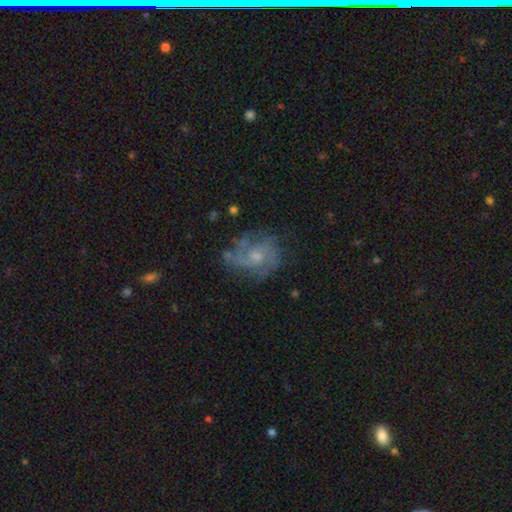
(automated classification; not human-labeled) This appears to be a featured or disk galaxy (75%) with no bar (70%), 2 (35%) medium (47%) spiral arms (88%) and a small central bulge (55%). Merging: none (66%).